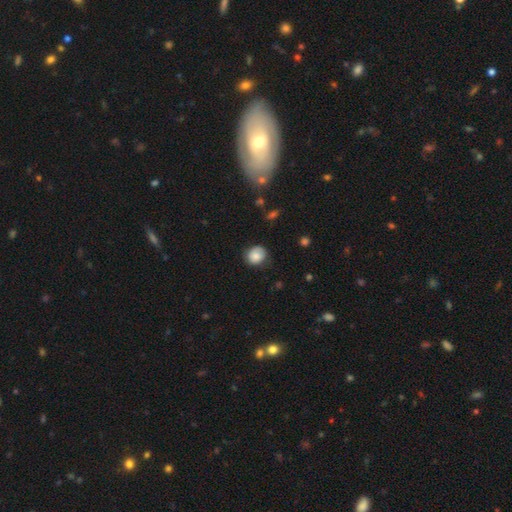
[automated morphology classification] Smooth or featured: smooth — 81% (featured or disk — 10%)
How rounded: round — 74% (in between — 25%)
Merging: none — 73% (minor disturbance — 21%)